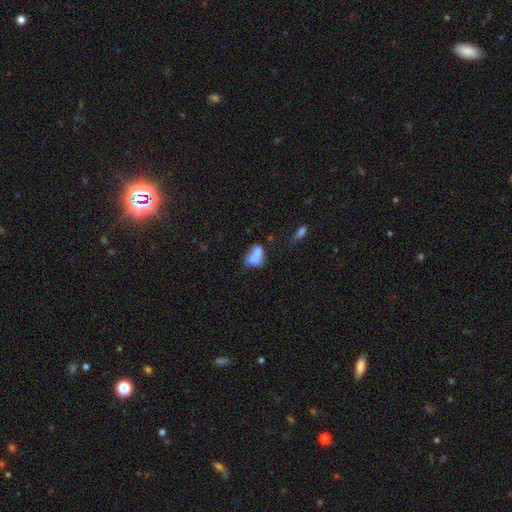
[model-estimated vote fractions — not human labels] smooth_or_featured: smooth (p=0.65) [alt: featured or disk p=0.25]
how_rounded: in between (p=0.71) [alt: round p=0.25]
merging: merger (p=0.60) [alt: none p=0.21]